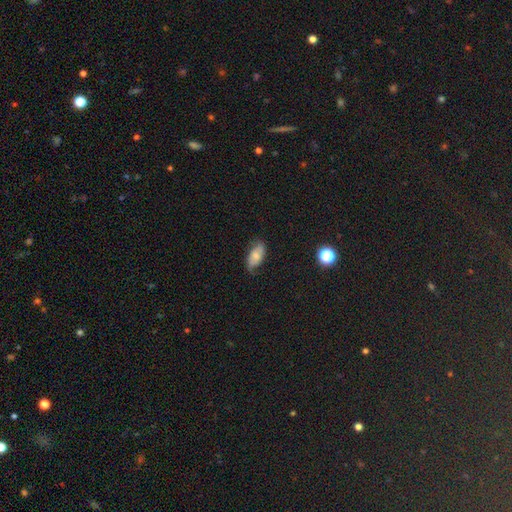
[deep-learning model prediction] A smooth galaxy with no disk features (60%) that is in between round and cigar-shaped (89%). Merging: none (65%).